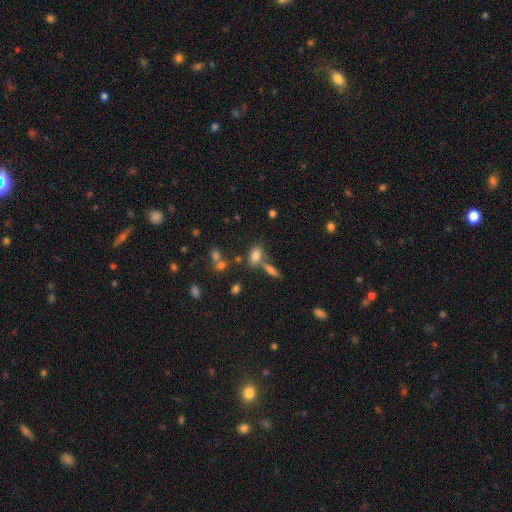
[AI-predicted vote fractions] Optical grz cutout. It shows a smooth galaxy with no disk features (77%) that is in between round and cigar-shaped (83%). Merging: none (53%).